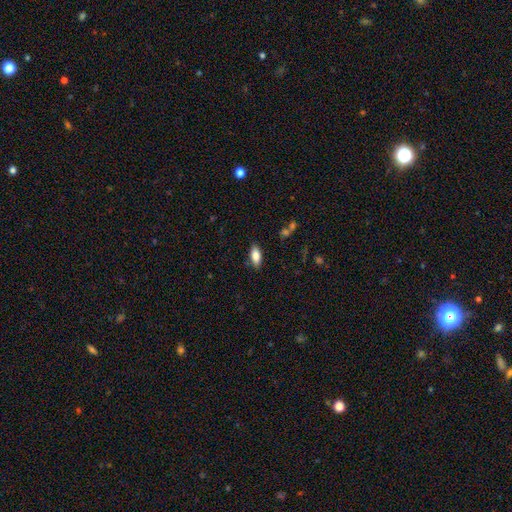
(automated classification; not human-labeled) Smooth or featured? smooth (82%)
How rounded? in between (85%)
Merging? none (85%)